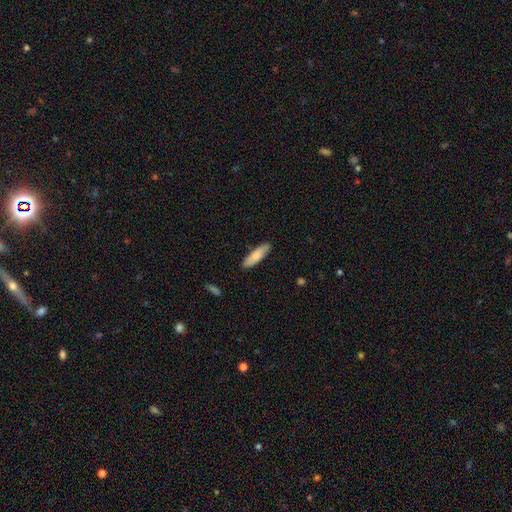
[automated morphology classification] A smooth galaxy with no disk features (79%) that is cigar-shaped (58%).

Vote fractions:
- Smooth or featured? smooth: 79% / featured or disk: 16% / star or artifact: 5%
- How rounded? cigar-shaped: 58% / in between: 41% / round: 2%
- Merging? none: 87% / minor disturbance: 10% / major disturbance: 2% / merger: 1%